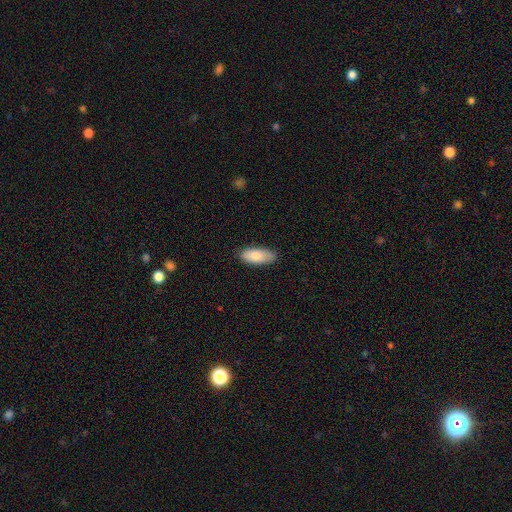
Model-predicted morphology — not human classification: This appears to be a smooth galaxy with no disk features (81%) that is in between round and cigar-shaped (85%). Merging: none (84%).